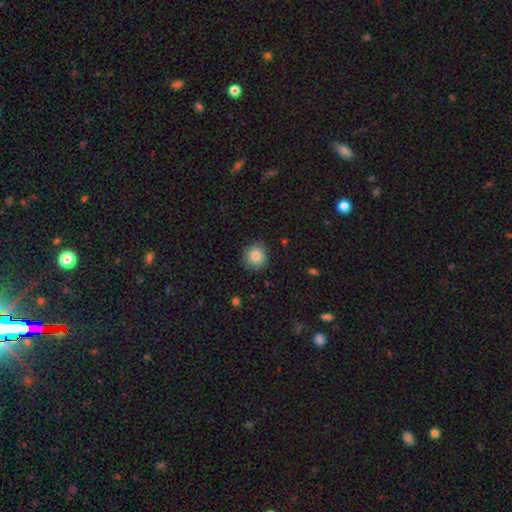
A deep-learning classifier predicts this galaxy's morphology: Smooth or featured? Predicted: smooth (p=0.85). How rounded? Predicted: round (p=0.90). Merging? Predicted: none (p=0.88).